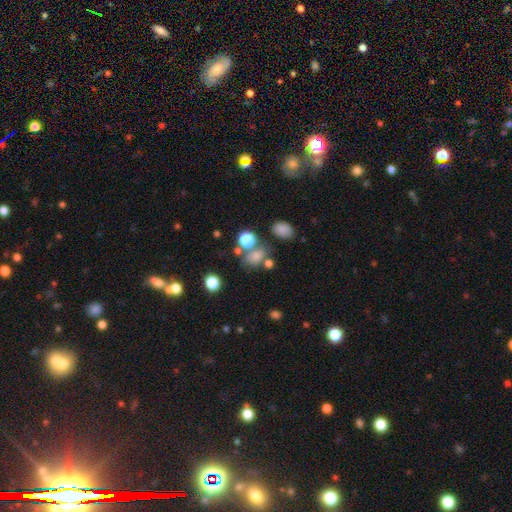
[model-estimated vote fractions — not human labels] smooth-or-featured: smooth: 73% | star or artifact: 17% | featured or disk: 10%
  how-rounded: in between: 55% | round: 43% | cigar-shaped: 2%
  merging: none: 53% | merger: 23% | minor disturbance: 15% | major disturbance: 9%